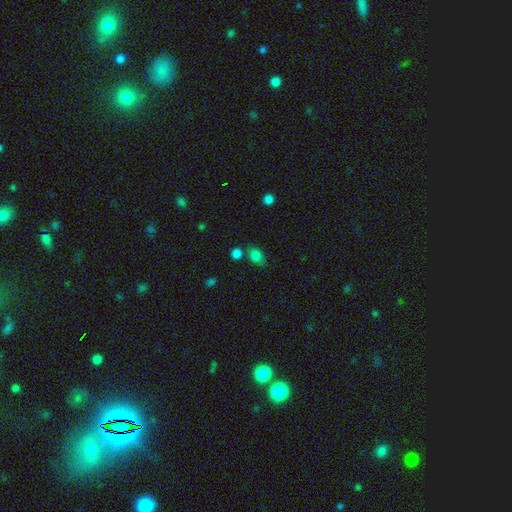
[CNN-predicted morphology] A smooth galaxy with no disk features (80%) that is in between round and cigar-shaped (56%). Merging: none (60%).